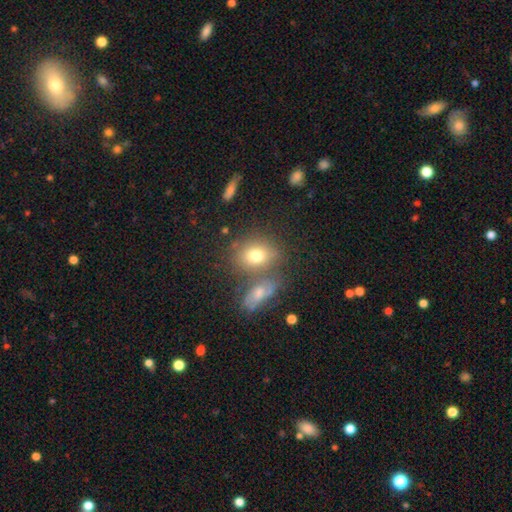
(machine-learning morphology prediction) Smooth or featured: smooth — 73% (featured or disk — 15%)
How rounded: round — 49% (tied with in between — 49%)
Merging: none — 58% (merger — 24%)